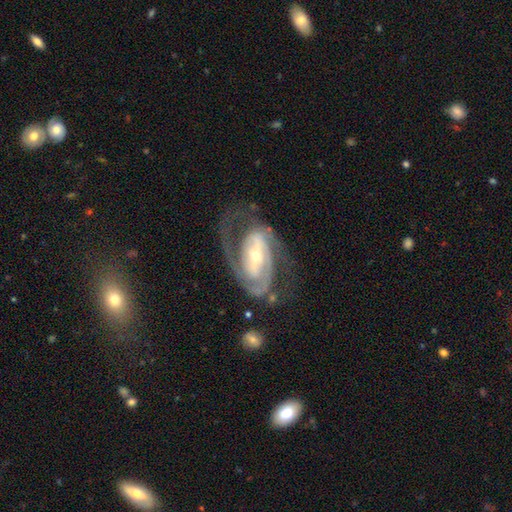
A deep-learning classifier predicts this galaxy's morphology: smooth-or-featured: featured or disk: 89% | smooth: 7% | star or artifact: 5%
  disk-edge-on: no: 96% | yes: 4%
    bar: strong: 41% | weak: 35% | no: 24%
    has-spiral-arms: yes: 95% | no: 5%
      spiral-winding: medium: 45% | tight: 43% | loose: 12%
      spiral-arm-count: 2: 73% | can't tell: 9% | 1: 7% | 3: 7% | 4: 2% | more than 4: 2%
    bulge-size: small: 51% | moderate: 44% | large: 3% | none: 1% | dominant: 1%
  merging: none: 59% | major disturbance: 20% | minor disturbance: 18% | merger: 3%